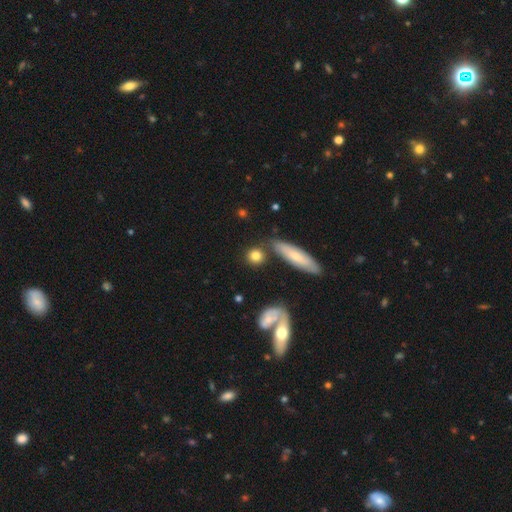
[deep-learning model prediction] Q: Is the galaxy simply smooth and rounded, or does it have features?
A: smooth — 81%.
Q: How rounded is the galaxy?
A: round — 79%.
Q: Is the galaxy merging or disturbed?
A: none — 74%.